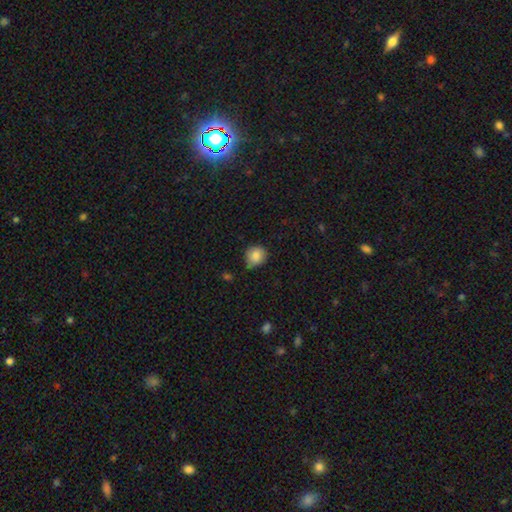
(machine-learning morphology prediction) smooth 84%, star or artifact 9%, featured or disk 7%. Down the decision tree: how rounded — round (78%); merging — none (65%).